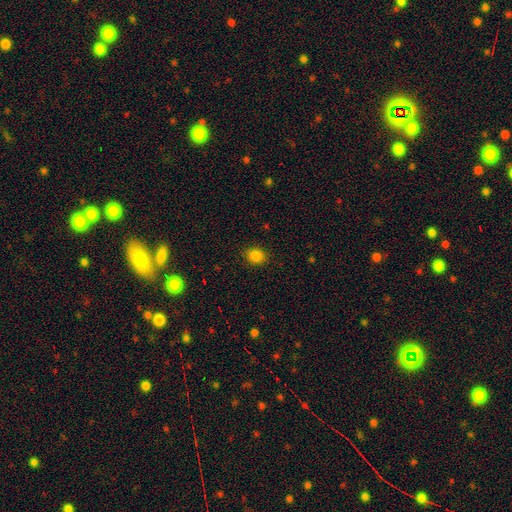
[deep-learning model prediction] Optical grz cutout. It shows a smooth galaxy with no disk features (85%) that is round (68%). Merging: none (89%).